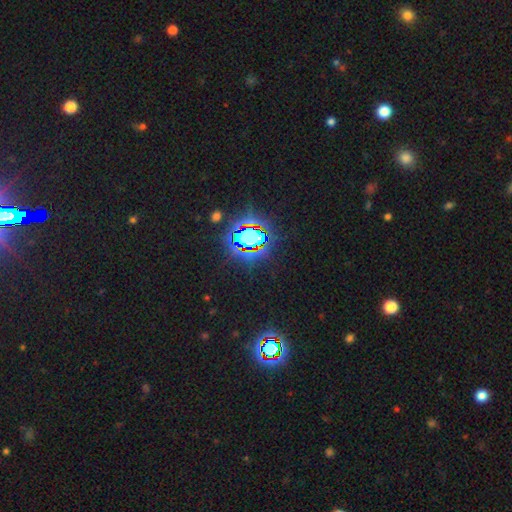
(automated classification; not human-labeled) A star or artifact, not a galaxy (85%).

Vote fractions:
- Smooth or featured? star or artifact: 85% / smooth: 9% / featured or disk: 7%